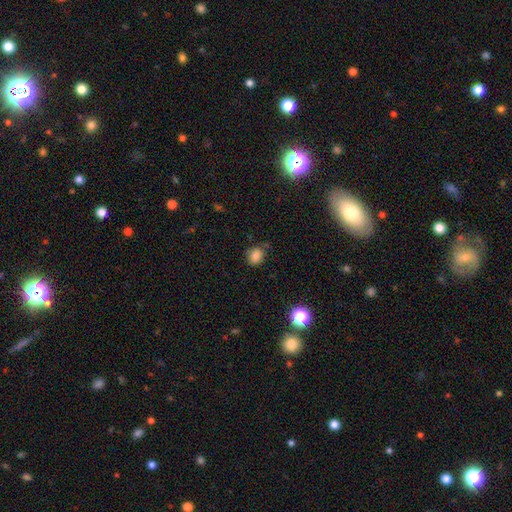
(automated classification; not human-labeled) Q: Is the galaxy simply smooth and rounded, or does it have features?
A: smooth — 82%.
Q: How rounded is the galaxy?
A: round — 58%.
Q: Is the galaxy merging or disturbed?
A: none — 71%.